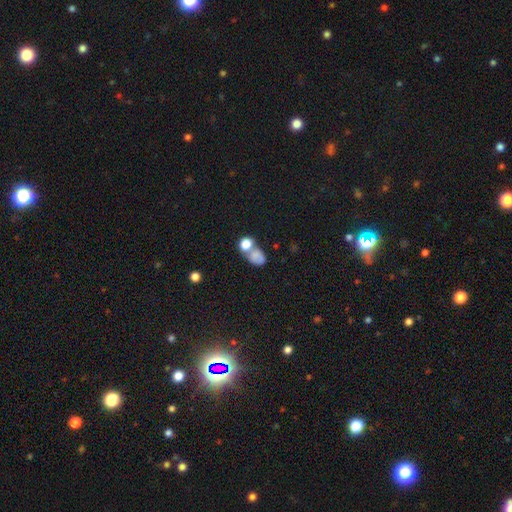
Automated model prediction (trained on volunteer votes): This is likely a smooth galaxy (74%). How rounded: possibly in between (60%). Merging: marginally merger (41%).